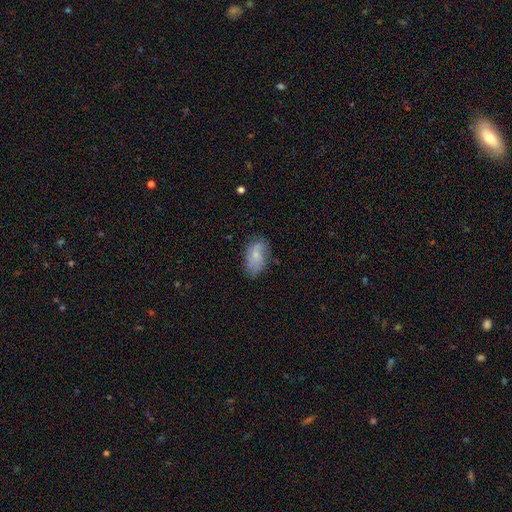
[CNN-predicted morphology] Overall: smooth (61%; featured or disk 31%). How rounded: in between (91%). Merging: none (64%; minor disturbance 26%).